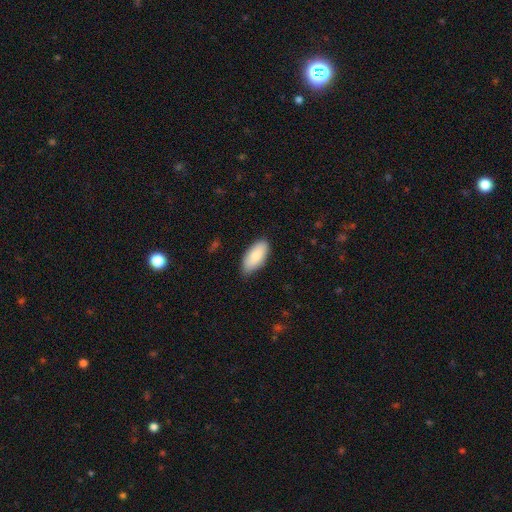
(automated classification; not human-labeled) Smooth or featured?
  - smooth: 85% *
  - featured or disk: 9%
  - star or artifact: 6%
How rounded?
  - in between: 91% *
  - cigar-shaped: 8%
  - round: 2%
Merging?
  - none: 81% *
  - minor disturbance: 16%
  - major disturbance: 2%
  - merger: 1%